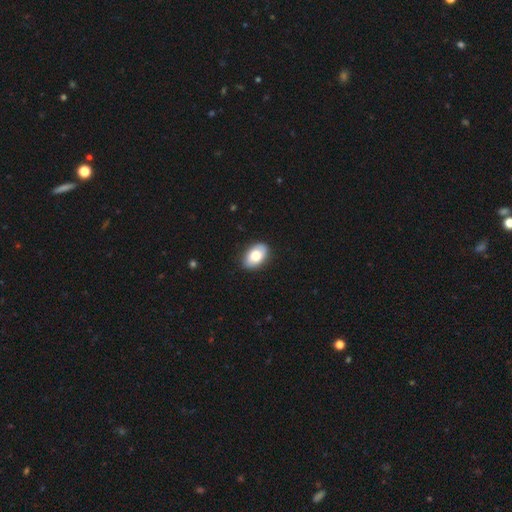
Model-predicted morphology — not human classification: smooth_or_featured: smooth (p=0.73) [alt: featured or disk p=0.20]
how_rounded: in between (p=0.90) [alt: round p=0.08]
merging: none (p=0.87) [alt: minor disturbance p=0.10]